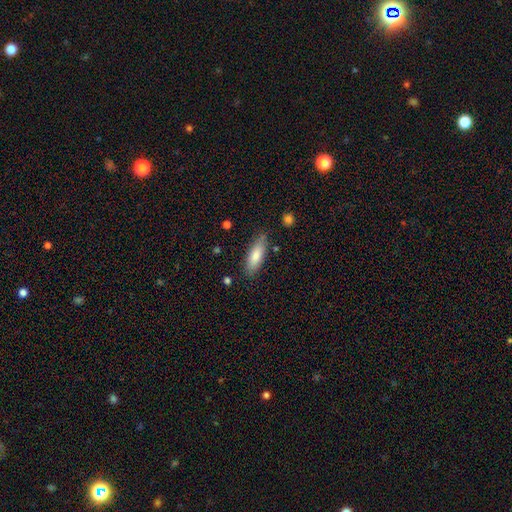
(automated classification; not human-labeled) Smooth or featured?
  - smooth: 80% *
  - featured or disk: 14%
  - star or artifact: 6%
How rounded?
  - in between: 61% *
  - cigar-shaped: 37%
  - round: 2%
Merging?
  - none: 80% *
  - minor disturbance: 15%
  - major disturbance: 3%
  - merger: 3%